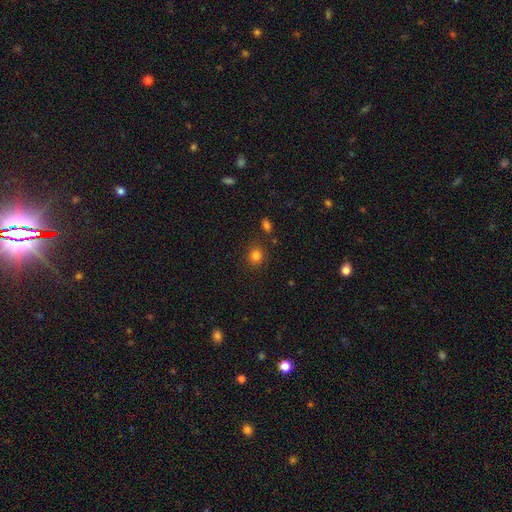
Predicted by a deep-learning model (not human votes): smooth-or-featured: smooth: 82% | star or artifact: 13% | featured or disk: 5%
  how-rounded: round: 85% | in between: 14% | cigar-shaped: 1%
  merging: none: 85% | minor disturbance: 8% | merger: 4% | major disturbance: 3%